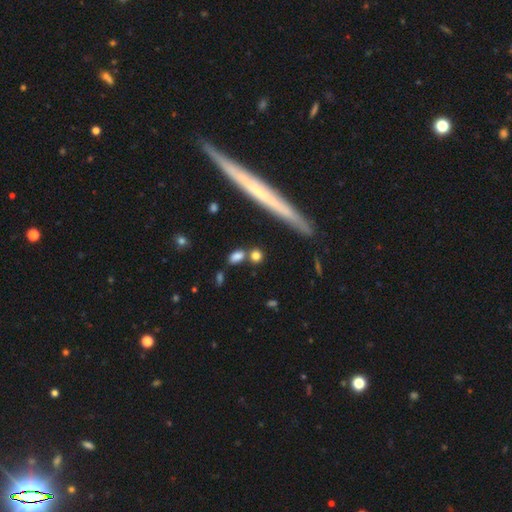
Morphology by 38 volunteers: Q: Smooth or featured?
A: smooth (74%); runner-up: featured or disk (18%)
Q: How rounded?
A: round (68%); runner-up: in between (21%)
Q: Merging?
A: none (54%); runner-up: merger (20%)